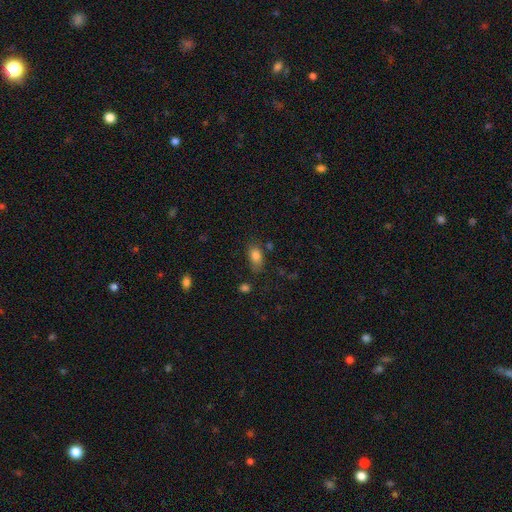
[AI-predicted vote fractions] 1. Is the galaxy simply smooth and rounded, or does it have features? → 82% smooth, 10% star or artifact, 8% featured or disk.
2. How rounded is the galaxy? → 84% in between, 12% round, 3% cigar-shaped.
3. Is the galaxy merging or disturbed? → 65% none, 23% minor disturbance, 7% major disturbance, 5% merger.